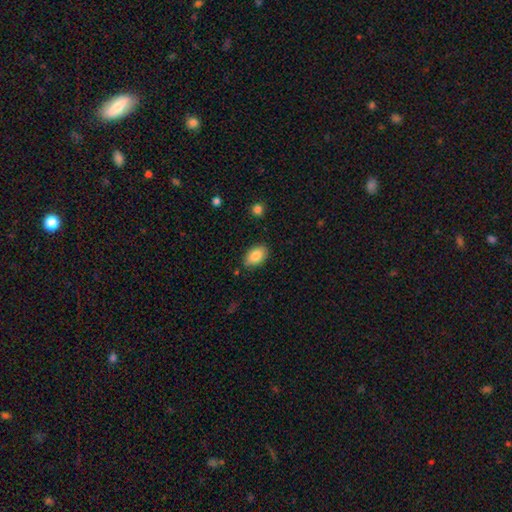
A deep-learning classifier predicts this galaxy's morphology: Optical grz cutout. It shows a smooth galaxy with no disk features (85%) that is in between round and cigar-shaped (88%). Merging: none (82%).